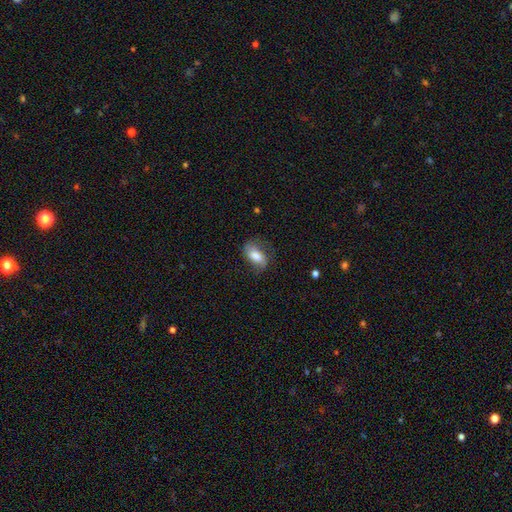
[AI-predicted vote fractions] Smooth or featured? smooth (66%)
How rounded? in between (88%)
Merging? none (65%)